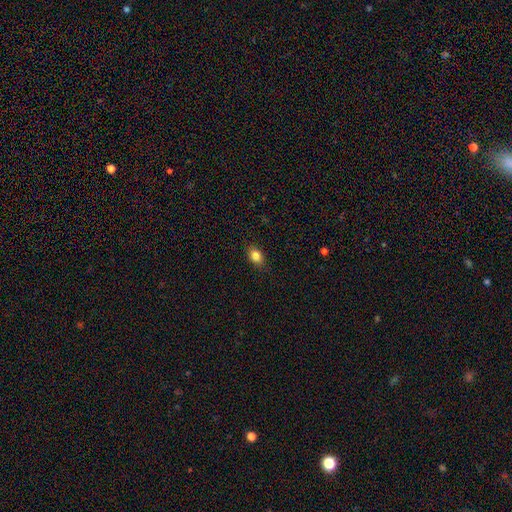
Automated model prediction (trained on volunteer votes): The model was most divided on "how rounded": in between: 73%, round: 25%, cigar-shaped: 2%. More confident: merging — none (85%); smooth or featured — smooth (85%).